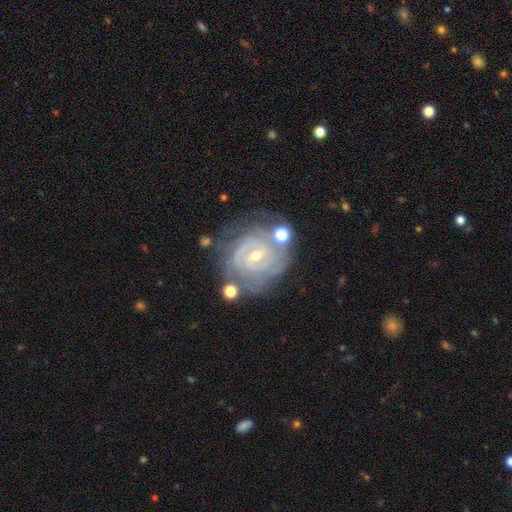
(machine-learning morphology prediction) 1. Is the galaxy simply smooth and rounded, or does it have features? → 88% featured or disk, 6% star or artifact, 6% smooth.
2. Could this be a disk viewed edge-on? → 97% no, 3% yes.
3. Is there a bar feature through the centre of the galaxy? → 48% weak, 33% no, 19% strong.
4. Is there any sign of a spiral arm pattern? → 97% yes, 3% no.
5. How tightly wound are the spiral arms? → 76% tight, 20% medium, 3% loose.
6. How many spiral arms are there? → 26% 2 (tied), 26% 3 (tied), 25% can't tell, 13% 4, 5% more than 4, 5% 1.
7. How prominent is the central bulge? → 60% small, 37% moderate, 1% large, 1% none, 1% dominant.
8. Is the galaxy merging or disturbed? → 65% none, 19% minor disturbance, 9% major disturbance, 7% merger.